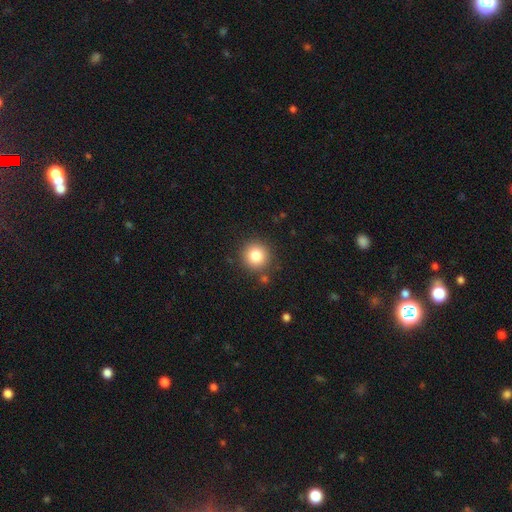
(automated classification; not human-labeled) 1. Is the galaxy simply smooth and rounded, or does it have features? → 82% smooth, 11% star or artifact, 7% featured or disk.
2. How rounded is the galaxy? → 94% round, 5% in between, 1% cigar-shaped.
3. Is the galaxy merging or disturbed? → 87% none, 7% minor disturbance, 3% merger, 2% major disturbance.